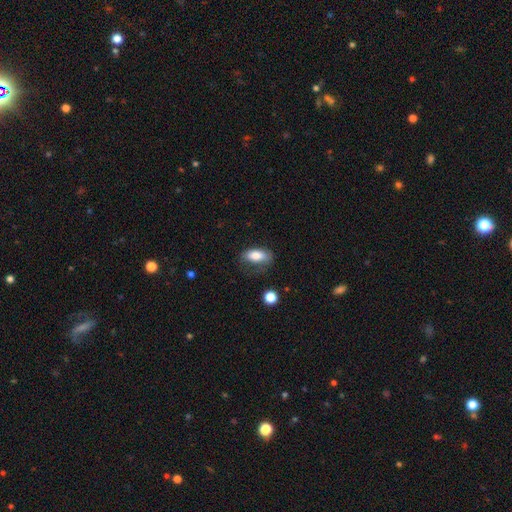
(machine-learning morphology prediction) This is clearly a smooth galaxy (82%). How rounded: clearly in between (87%). Merging: possibly none (57%).